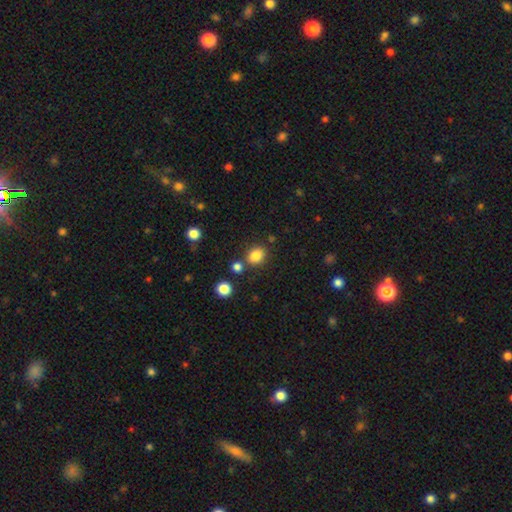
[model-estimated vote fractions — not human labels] This is clearly a smooth galaxy (84%). How rounded: possibly round (50%). Merging: likely none (76%).